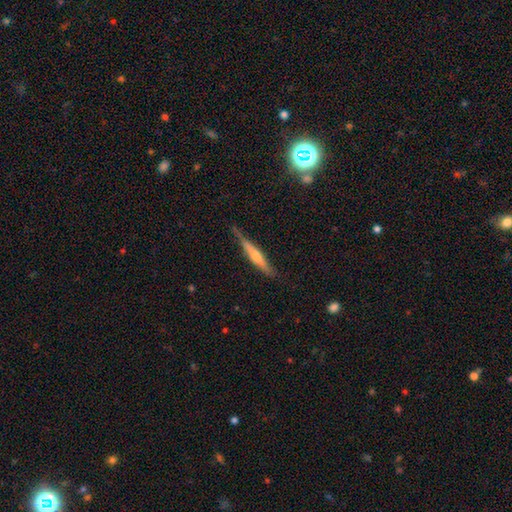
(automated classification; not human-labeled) featured or disk 55%, smooth 39%, star or artifact 6%. Down the decision tree: edge-on disk — yes (96%); edge-on bulge — rounded (69%); merging — none (76%).